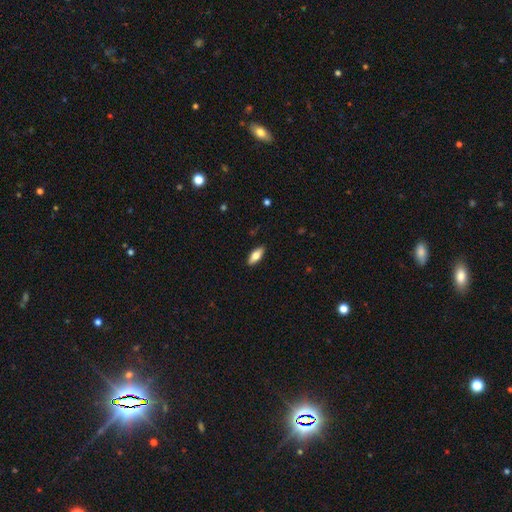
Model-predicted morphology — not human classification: A smooth galaxy with no disk features (68%) that is in between round and cigar-shaped (76%). Merging: none (89%).